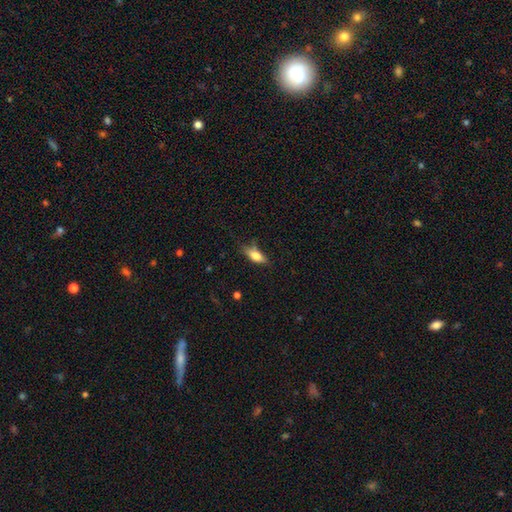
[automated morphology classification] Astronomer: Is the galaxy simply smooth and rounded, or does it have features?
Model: smooth — 72%.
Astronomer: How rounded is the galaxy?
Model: in between — 73%.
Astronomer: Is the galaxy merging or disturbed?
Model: none — 64%.